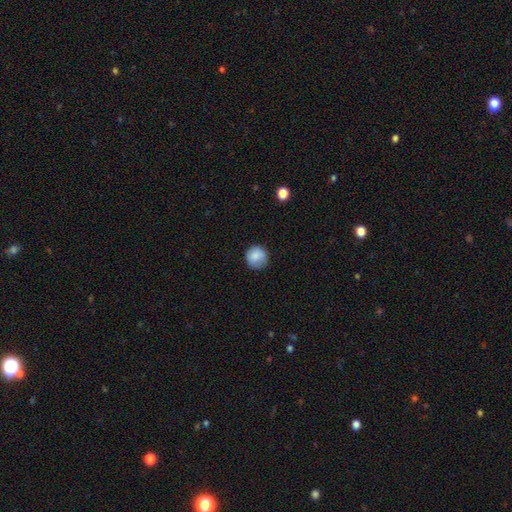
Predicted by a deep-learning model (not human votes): Q: Smooth or featured?
A: smooth (84%); runner-up: star or artifact (8%)
Q: How rounded?
A: round (92%); runner-up: in between (7%)
Q: Merging?
A: none (82%); runner-up: minor disturbance (14%)